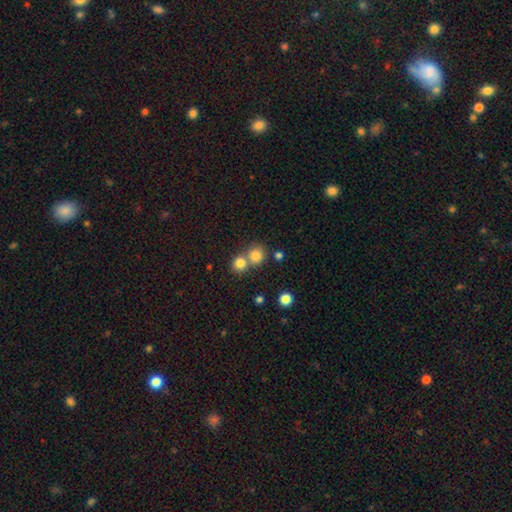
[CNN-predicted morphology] Smooth or featured?
  - smooth: 80% *
  - star or artifact: 13%
  - featured or disk: 7%
How rounded?
  - round: 86% *
  - in between: 13%
  - cigar-shaped: 1%
Merging?
  - none: 51% *
  - merger: 40%
  - minor disturbance: 6%
  - major disturbance: 2%